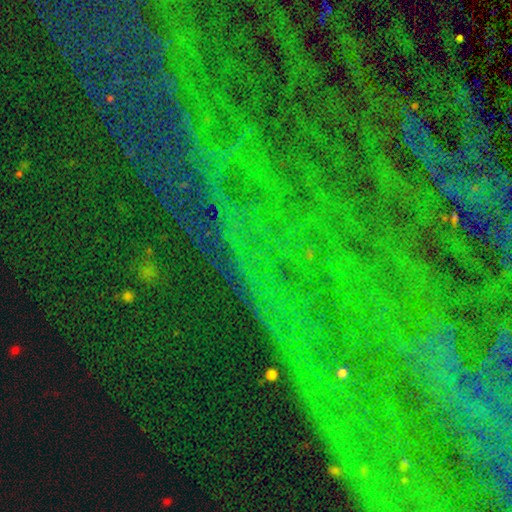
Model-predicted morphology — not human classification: Q: Smooth or featured?
A: star or artifact (85%); runner-up: smooth (8%)